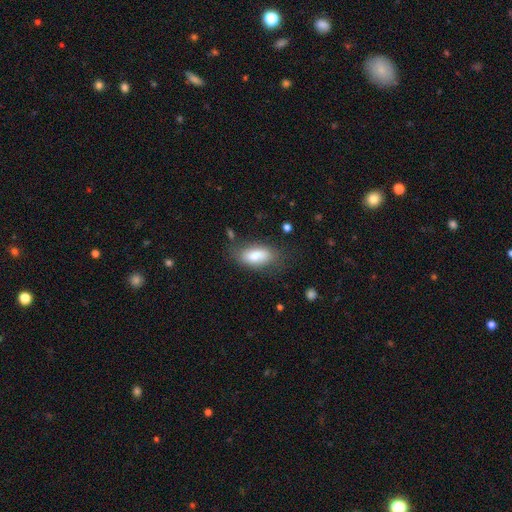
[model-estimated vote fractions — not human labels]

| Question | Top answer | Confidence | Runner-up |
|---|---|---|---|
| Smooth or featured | smooth | 81% | featured or disk (12%) |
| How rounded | in between | 89% | cigar-shaped (8%) |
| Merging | none | 63% | minor disturbance (23%) |